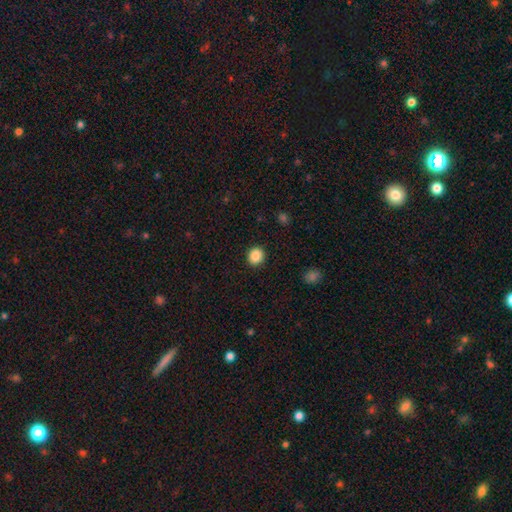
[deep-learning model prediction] smooth-or-featured: smooth: 88% | star or artifact: 9% | featured or disk: 3%
  how-rounded: round: 82% | in between: 18% | cigar-shaped: 1%
  merging: none: 91% | minor disturbance: 6% | major disturbance: 2% | merger: 1%